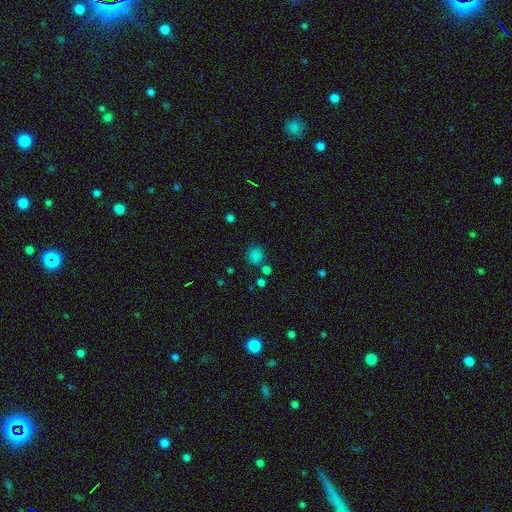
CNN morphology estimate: Smooth or featured?
  - smooth: 80% *
  - star or artifact: 16%
  - featured or disk: 4%
How rounded?
  - round: 86% *
  - in between: 13%
  - cigar-shaped: 1%
Merging?
  - none: 77% *
  - minor disturbance: 10%
  - merger: 9%
  - major disturbance: 4%